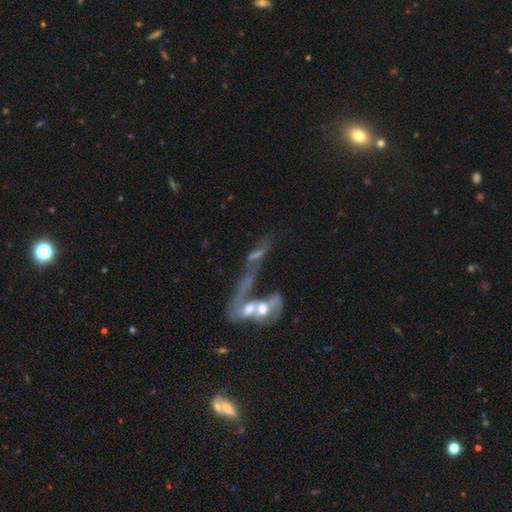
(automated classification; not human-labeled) Smooth or featured? featured or disk (57%)
Edge-on disk? no (80%)
Merging? merger (66%)